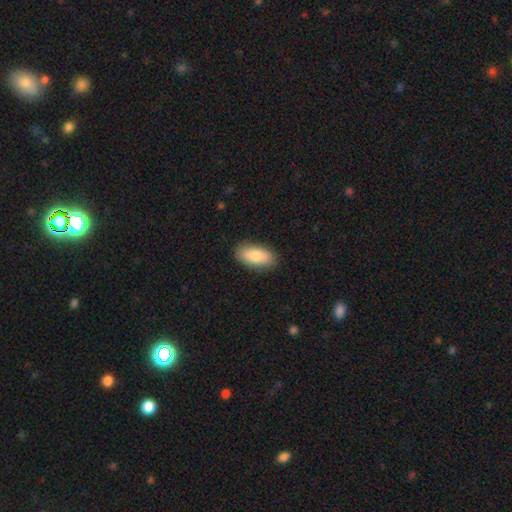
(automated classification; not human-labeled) Q: Smooth or featured?
A: smooth (82%); runner-up: featured or disk (12%)
Q: How rounded?
A: in between (90%); runner-up: cigar-shaped (7%)
Q: Merging?
A: none (87%); runner-up: minor disturbance (10%)